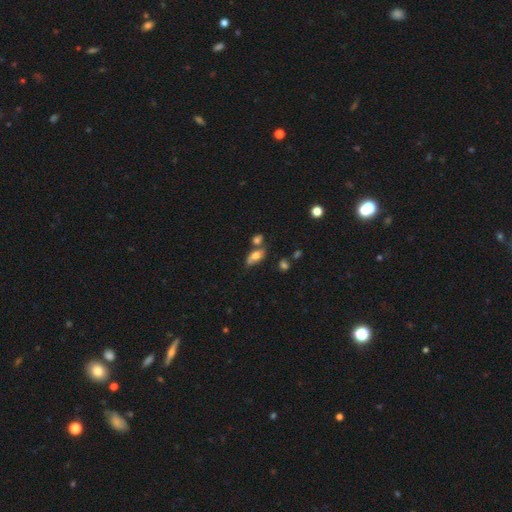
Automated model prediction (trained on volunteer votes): Overall: smooth (65%; featured or disk 25%). How rounded: in between (83%). Merging: none (49%; merger 23%).